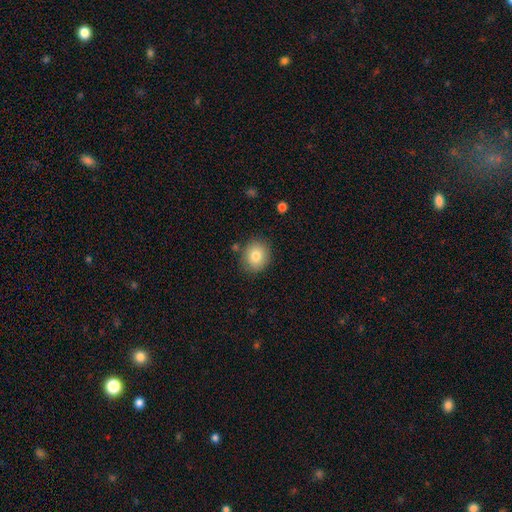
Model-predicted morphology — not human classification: smooth-or-featured: smooth: 81% | featured or disk: 10% | star or artifact: 9%
  how-rounded: round: 75% | in between: 25% | cigar-shaped: 1%
  merging: none: 84% | minor disturbance: 11% | merger: 3% | major disturbance: 3%